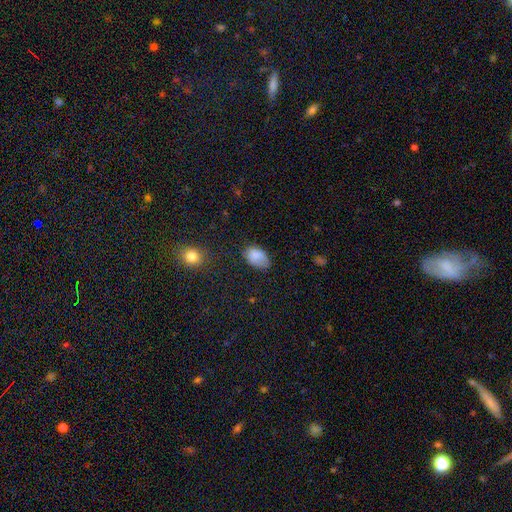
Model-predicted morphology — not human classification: Smooth or featured? Predicted: smooth (p=0.83). How rounded? Predicted: in between (p=0.87). Merging? Predicted: none (p=0.58).